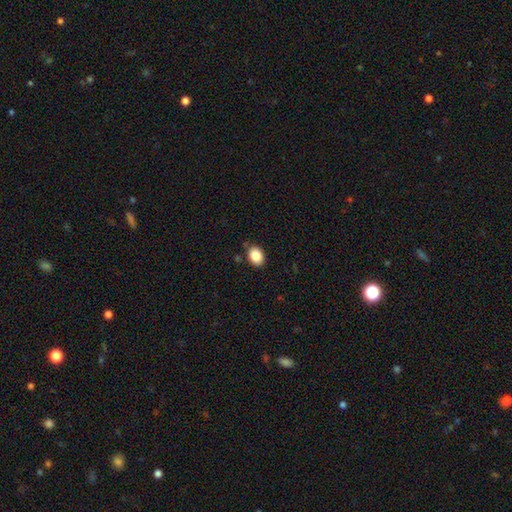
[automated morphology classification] Smooth or featured: smooth — 88% (star or artifact — 8%)
How rounded: in between — 73% (round — 26%)
Merging: none — 85% (minor disturbance — 10%)